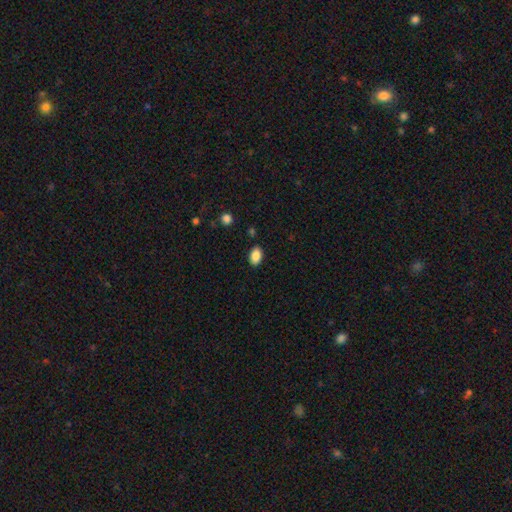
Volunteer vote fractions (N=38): Smooth or featured? smooth (92%)
How rounded? in between (89%)
Merging? none (94%)